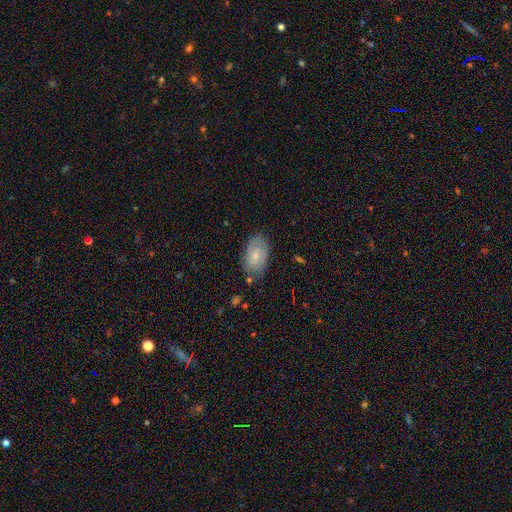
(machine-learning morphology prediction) Smooth or featured? Predicted: smooth (p=0.51). How rounded? Predicted: in between (p=0.92). Merging? Predicted: none (p=0.76).